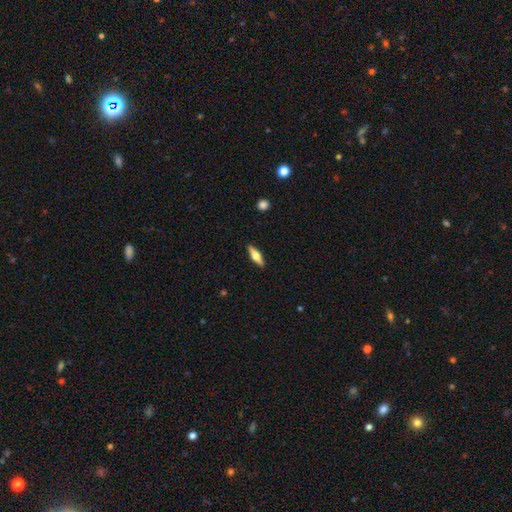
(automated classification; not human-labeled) Smooth or featured? featured or disk (52%)
Edge-on disk? yes (94%)
Merging? none (90%)